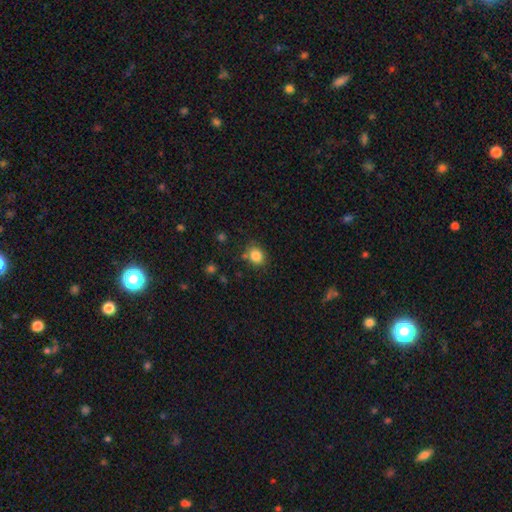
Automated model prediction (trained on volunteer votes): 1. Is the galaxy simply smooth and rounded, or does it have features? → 84% smooth, 11% star or artifact, 6% featured or disk.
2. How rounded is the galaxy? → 62% round, 37% in between, 1% cigar-shaped.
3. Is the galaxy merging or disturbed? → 76% none, 14% minor disturbance, 6% merger, 4% major disturbance.